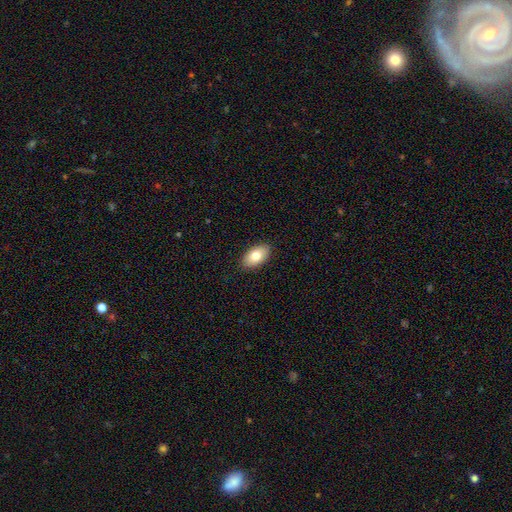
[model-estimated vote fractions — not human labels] A smooth galaxy with no disk features (78%) that is in between round and cigar-shaped (93%).

Vote fractions:
- Smooth or featured? smooth: 78% / featured or disk: 15% / star or artifact: 7%
- How rounded? in between: 93% / round: 4% / cigar-shaped: 2%
- Merging? none: 89% / minor disturbance: 9% / major disturbance: 2% / merger: 1%